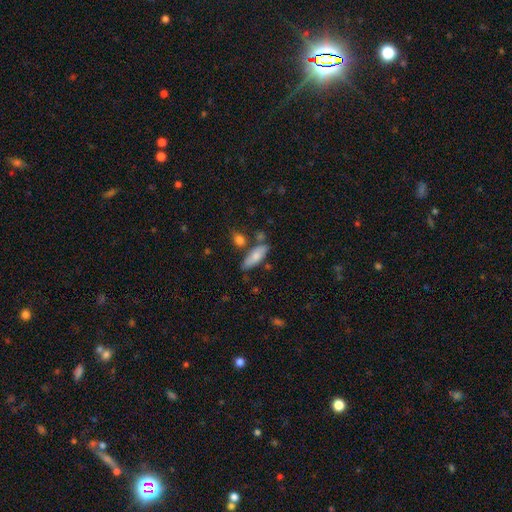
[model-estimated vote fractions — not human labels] This is likely a smooth galaxy (74%). How rounded: likely in between (63%). Merging: likely none (70%).